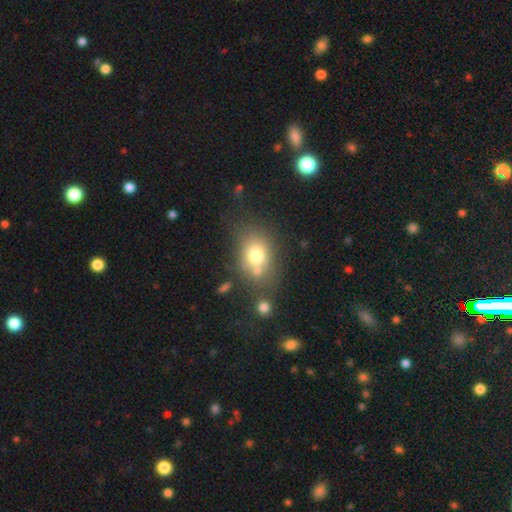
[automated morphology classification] The model was most divided on "how rounded": in between: 61%, round: 38%, cigar-shaped: 1%. More confident: smooth or featured — smooth (72%); merging — none (52%).